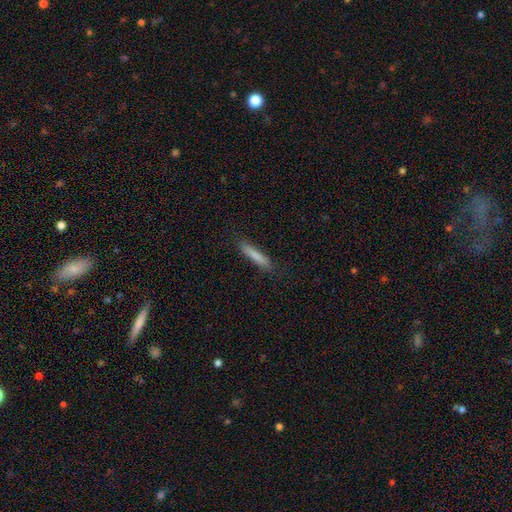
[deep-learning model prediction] A smooth galaxy with no disk features (80%) that is cigar-shaped (92%). Merging: none (87%).